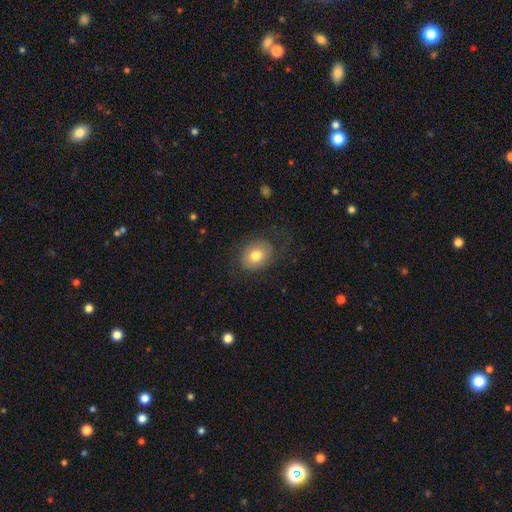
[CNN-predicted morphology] smooth 70%, featured or disk 22%, star or artifact 8%. Down the decision tree: how rounded — in between (58%); merging — none (71%).